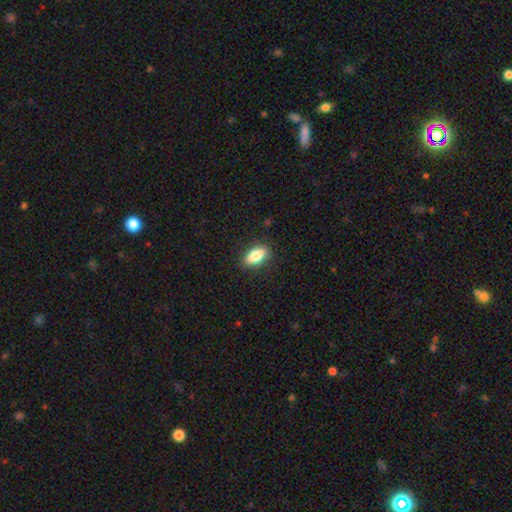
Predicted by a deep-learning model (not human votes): A smooth galaxy with no disk features (81%) that is in between round and cigar-shaped (86%).

Vote fractions:
- Smooth or featured? smooth: 81% / featured or disk: 12% / star or artifact: 8%
- How rounded? in between: 86% / cigar-shaped: 9% / round: 6%
- Merging? none: 86% / minor disturbance: 11% / major disturbance: 3% / merger: 1%